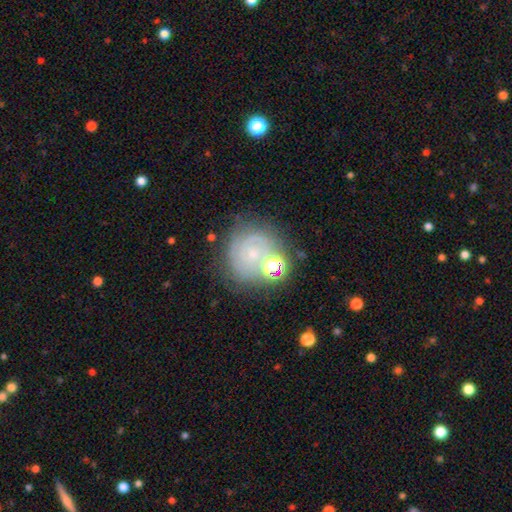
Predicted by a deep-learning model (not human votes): Q: Smooth or featured?
A: featured or disk (39%); runner-up: smooth (34%)
Q: Merging?
A: none (65%); runner-up: minor disturbance (15%)